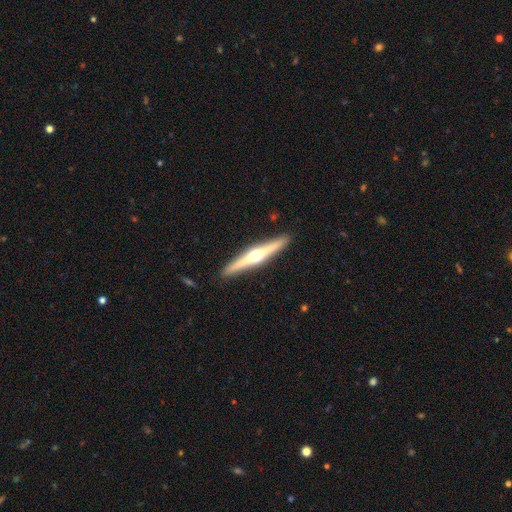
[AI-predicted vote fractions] Morphology: type=featured or disk (78%); edge-on=yes (98%); edge-on bulge=rounded (95%); merging=none (92%).